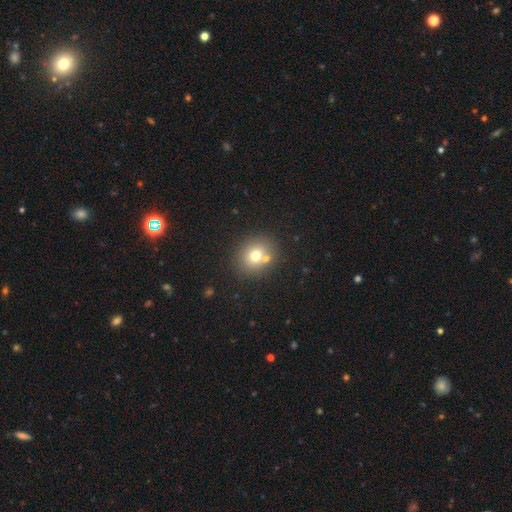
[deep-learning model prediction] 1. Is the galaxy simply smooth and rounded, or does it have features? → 72% smooth, 15% featured or disk, 13% star or artifact.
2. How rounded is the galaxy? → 75% round, 24% in between, 1% cigar-shaped.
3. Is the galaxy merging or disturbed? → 69% none, 18% merger, 10% minor disturbance, 3% major disturbance.